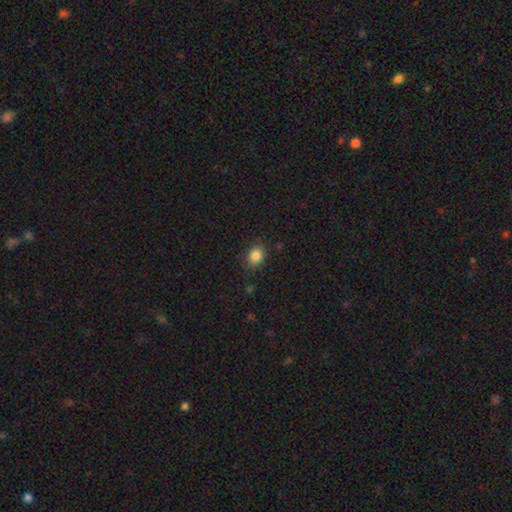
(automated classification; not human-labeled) Smooth or featured? Predicted: smooth (p=0.85). How rounded? Predicted: in between (p=0.51). Merging? Predicted: none (p=0.84).